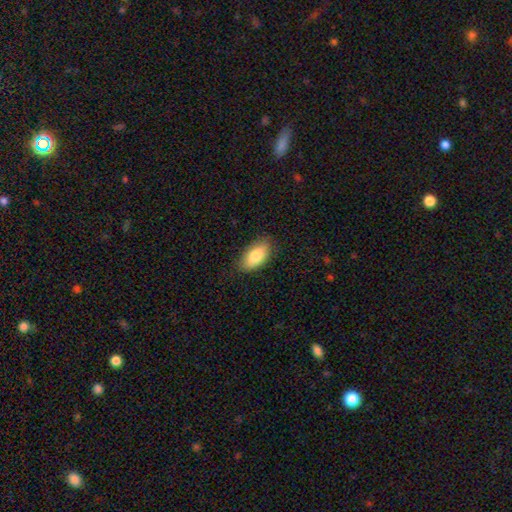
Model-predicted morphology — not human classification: Smooth or featured?
  - smooth: 82% *
  - featured or disk: 11%
  - star or artifact: 6%
How rounded?
  - in between: 93% *
  - cigar-shaped: 4%
  - round: 3%
Merging?
  - none: 84% *
  - minor disturbance: 12%
  - major disturbance: 3%
  - merger: 1%